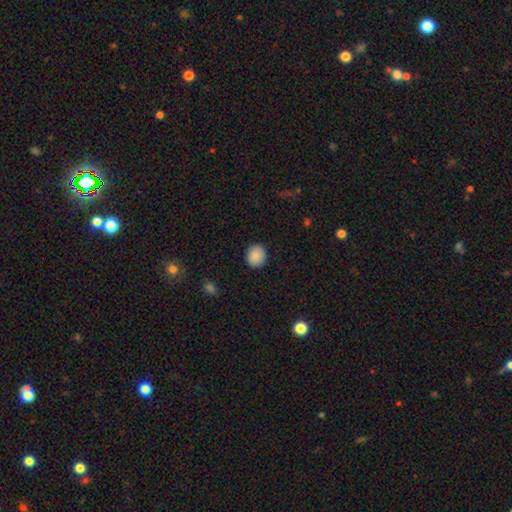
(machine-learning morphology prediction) Smooth or featured? smooth (88%)
How rounded? round (80%)
Merging? none (89%)